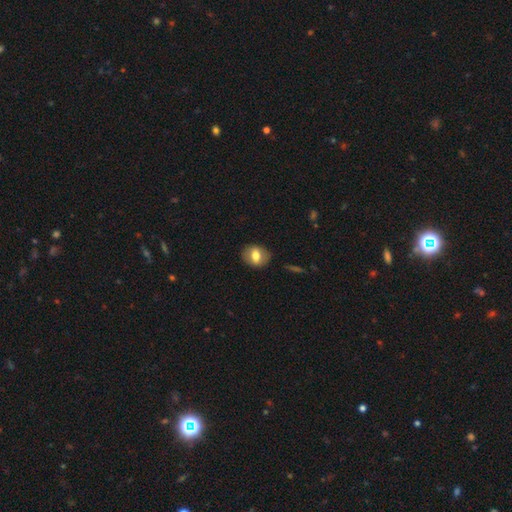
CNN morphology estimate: A smooth galaxy with no disk features (67%) that is in between round and cigar-shaped (57%).

Vote fractions:
- Smooth or featured? smooth: 67% / featured or disk: 26% / star or artifact: 8%
- How rounded? in between: 57% / round: 41% / cigar-shaped: 1%
- Merging? none: 84% / minor disturbance: 11% / major disturbance: 4% / merger: 1%